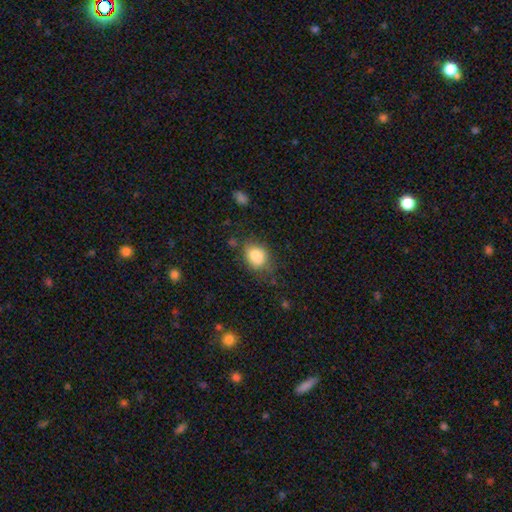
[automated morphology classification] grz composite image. It shows a smooth galaxy with no disk features (83%) that is in between round and cigar-shaped (54%). Merging: none (64%).